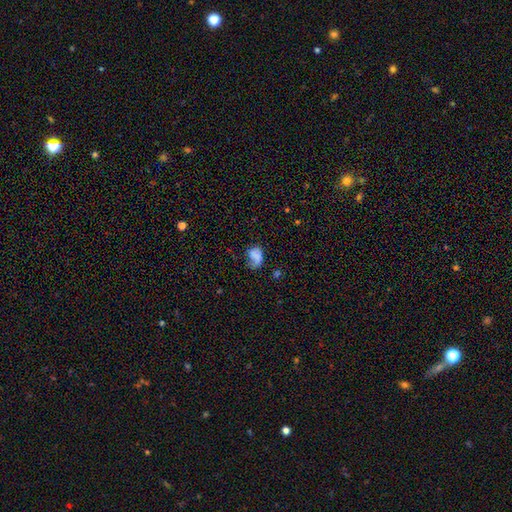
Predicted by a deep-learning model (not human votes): This appears to be a smooth galaxy with no disk features (64%) that is in between round and cigar-shaped (76%). Merging: none (33%, tied with major disturbance).